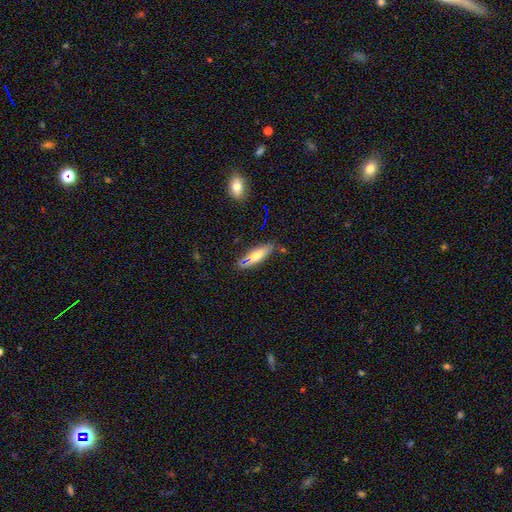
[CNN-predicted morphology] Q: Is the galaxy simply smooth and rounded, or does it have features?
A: smooth — 60%.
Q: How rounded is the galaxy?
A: cigar-shaped — 52%.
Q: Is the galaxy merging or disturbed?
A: none — 74%.